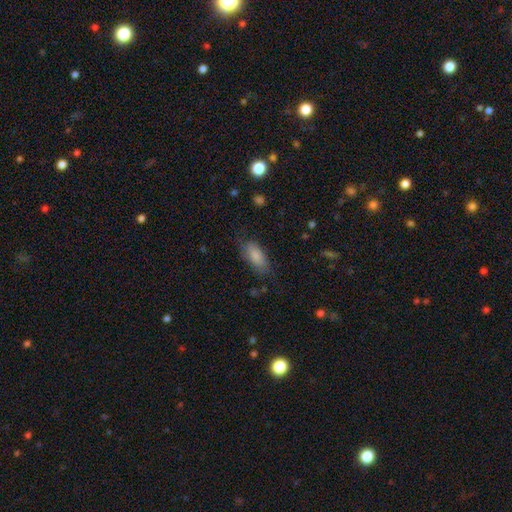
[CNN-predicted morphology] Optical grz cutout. It shows a smooth galaxy with no disk features (84%) that is in between round and cigar-shaped (86%). Merging: none (70%).